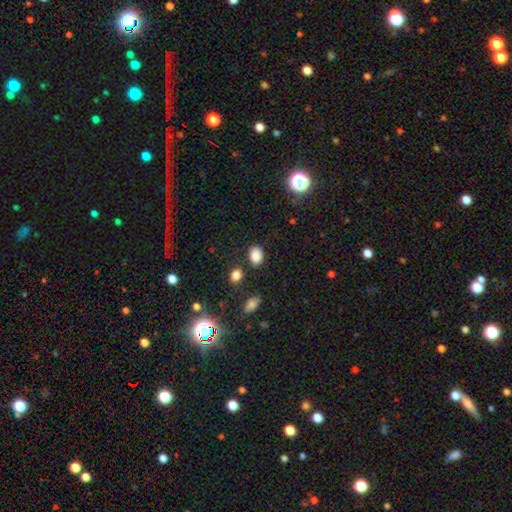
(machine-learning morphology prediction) This appears to be a smooth galaxy with no disk features (85%) that is in between round and cigar-shaped (72%). Merging: none (80%).